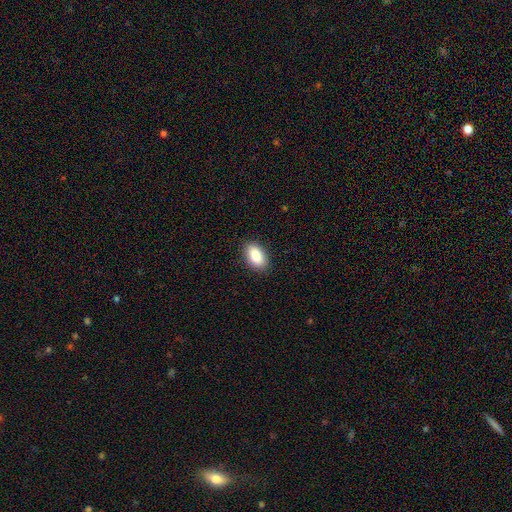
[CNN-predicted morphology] Overall: smooth (87%). How rounded: in between (93%). Merging: none (88%).